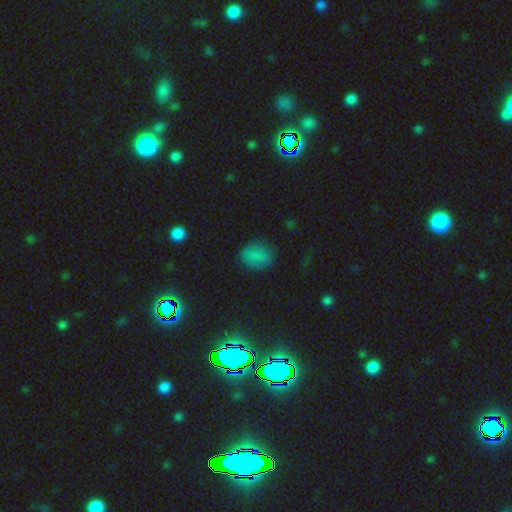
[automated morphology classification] type=smooth (75%); roundness=in between (52%); merging=none (79%).